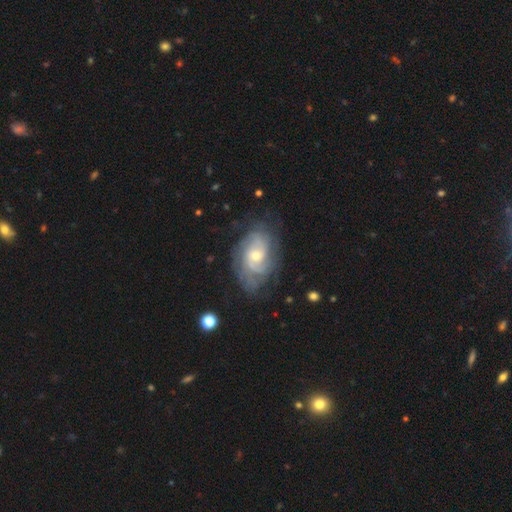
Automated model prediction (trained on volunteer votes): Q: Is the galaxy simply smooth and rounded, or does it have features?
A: featured or disk — 83%.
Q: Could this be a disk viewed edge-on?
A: no — 96%.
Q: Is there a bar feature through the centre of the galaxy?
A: no — 68%.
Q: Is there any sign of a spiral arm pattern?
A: yes — 94%.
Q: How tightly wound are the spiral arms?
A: tight — 57%.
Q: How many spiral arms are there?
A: can't tell — 36%.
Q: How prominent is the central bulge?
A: small — 52%.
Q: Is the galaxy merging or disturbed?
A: none — 70%.